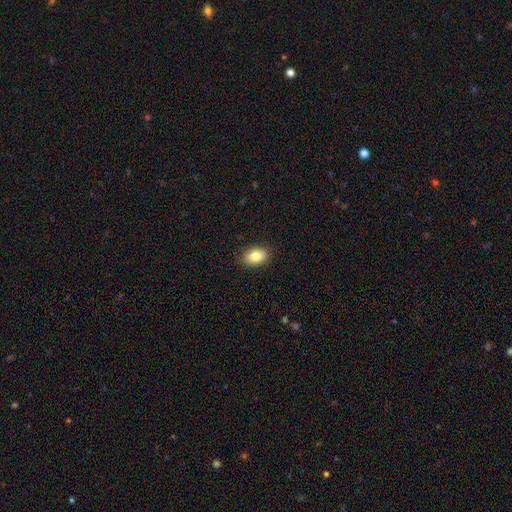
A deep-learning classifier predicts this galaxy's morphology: Smooth or featured?
  - smooth: 81% *
  - featured or disk: 11%
  - star or artifact: 8%
How rounded?
  - in between: 85% *
  - round: 13%
  - cigar-shaped: 1%
Merging?
  - none: 88% *
  - minor disturbance: 9%
  - major disturbance: 2%
  - merger: 1%